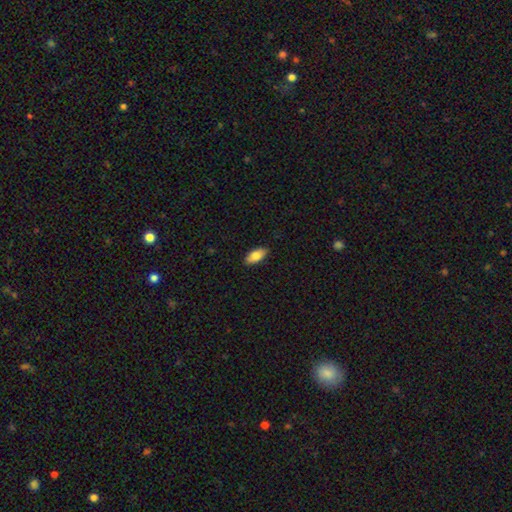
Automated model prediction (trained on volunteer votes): This is clearly a smooth galaxy (82%). How rounded: clearly in between (88%). Merging: clearly none (88%).